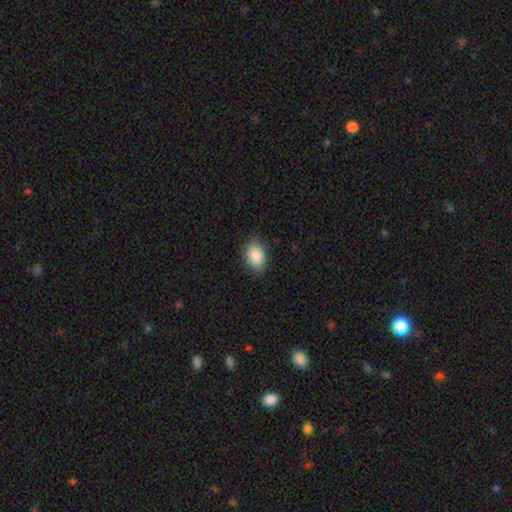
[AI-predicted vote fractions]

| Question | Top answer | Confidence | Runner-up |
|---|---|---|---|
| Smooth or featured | smooth | 89% | star or artifact (7%) |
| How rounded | in between | 79% | round (20%) |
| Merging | none | 84% | minor disturbance (12%) |